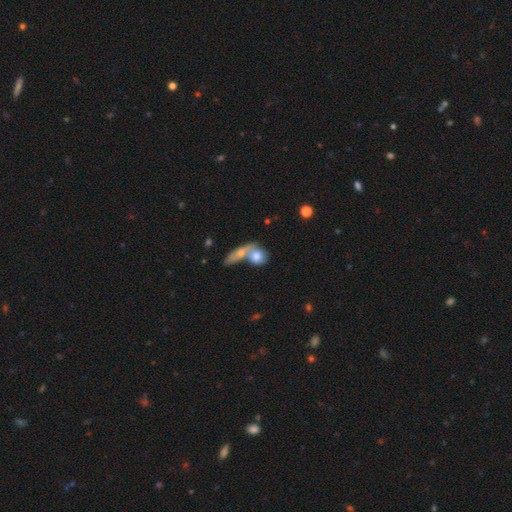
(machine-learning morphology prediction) Overall: smooth (72%). How rounded: round (50%; in between 43%). Merging: merger (61%; none 26%).